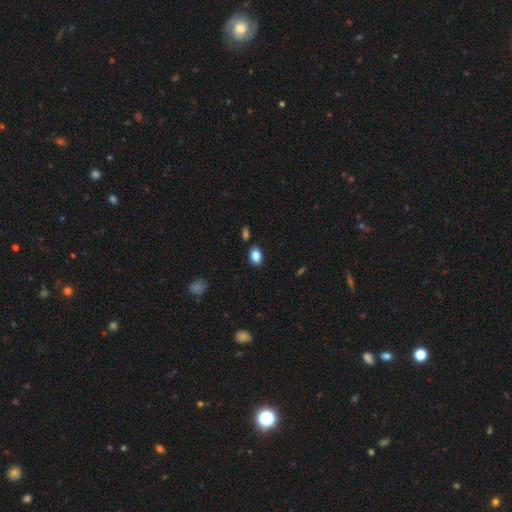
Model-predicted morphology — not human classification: Smooth or featured: smooth — 86% (star or artifact — 9%)
How rounded: in between — 83% (round — 16%)
Merging: none — 81% (minor disturbance — 12%)